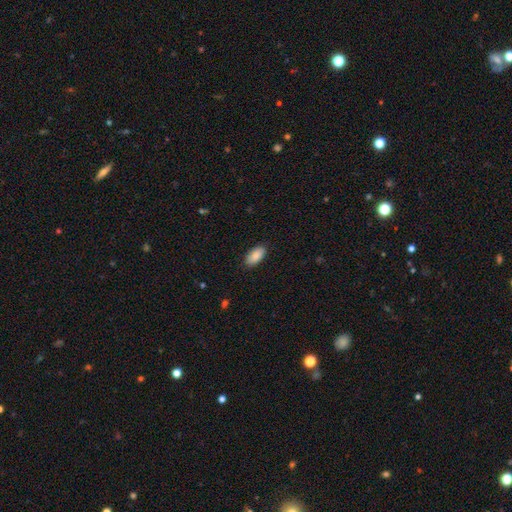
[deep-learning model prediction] Smooth or featured?
  - smooth: 87% *
  - star or artifact: 6%
  - featured or disk: 6%
How rounded?
  - in between: 93% *
  - cigar-shaped: 5%
  - round: 2%
Merging?
  - none: 87% *
  - minor disturbance: 10%
  - major disturbance: 2%
  - merger: 1%